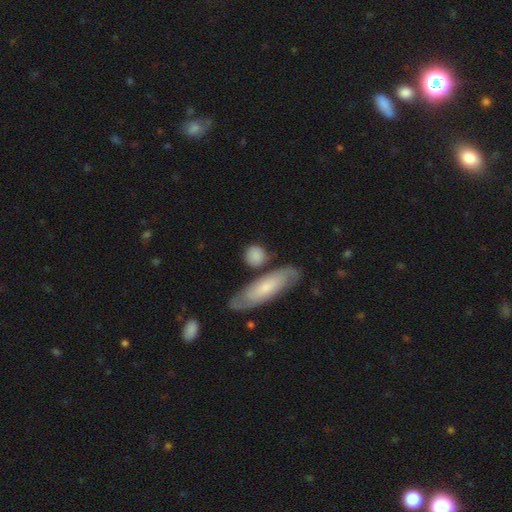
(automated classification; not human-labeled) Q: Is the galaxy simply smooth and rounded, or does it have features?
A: smooth — 79%.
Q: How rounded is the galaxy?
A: round — 65%.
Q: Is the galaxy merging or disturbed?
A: none — 68%.